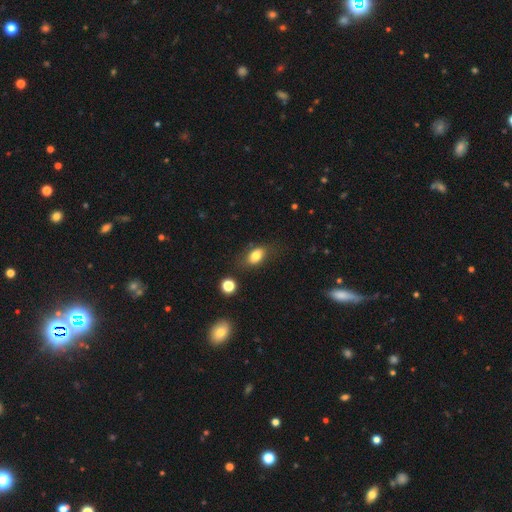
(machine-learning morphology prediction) smooth_or_featured: smooth (p=0.79) [alt: featured or disk p=0.12]
how_rounded: in between (p=0.83) [alt: round p=0.14]
merging: none (p=0.71) [alt: minor disturbance p=0.19]